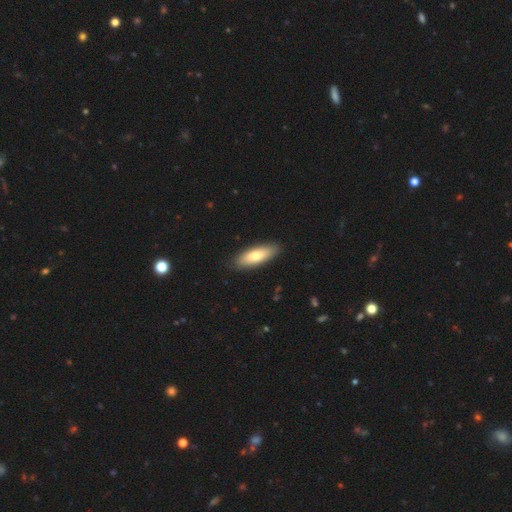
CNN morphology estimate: Q: Smooth or featured?
A: smooth (75%); runner-up: featured or disk (20%)
Q: How rounded?
A: in between (62%); runner-up: cigar-shaped (36%)
Q: Merging?
A: none (87%); runner-up: minor disturbance (10%)